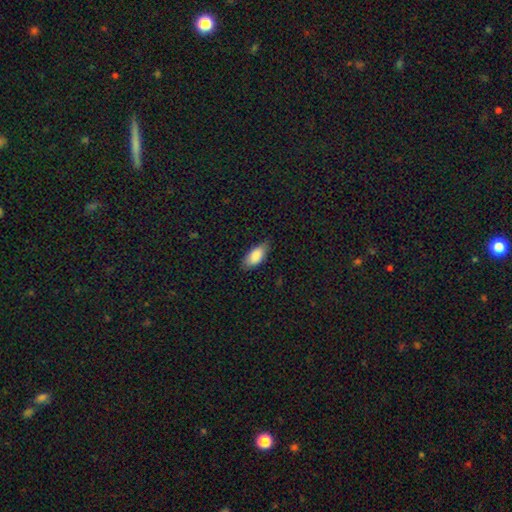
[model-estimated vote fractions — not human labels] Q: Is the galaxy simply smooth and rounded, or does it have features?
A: smooth — 87%.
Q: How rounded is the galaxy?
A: in between — 88%.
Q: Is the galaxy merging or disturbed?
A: none — 78%.